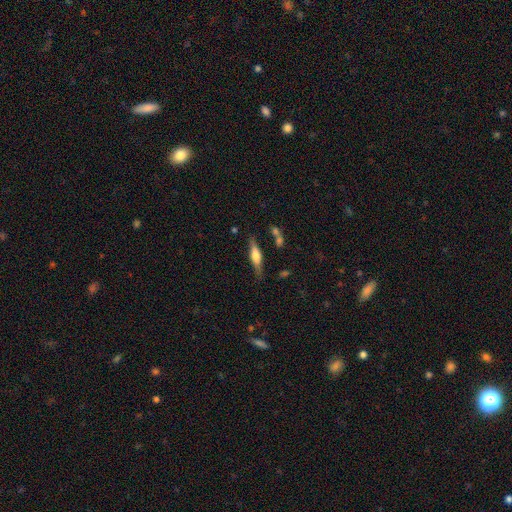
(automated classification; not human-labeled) smooth-or-featured: featured or disk: 57% | smooth: 36% | star or artifact: 7%
  disk-edge-on: yes: 94% | no: 6%
    edge-on-bulge: rounded: 84% | boxy: 12% | none: 4%
  merging: none: 77% | minor disturbance: 14% | merger: 5% | major disturbance: 4%